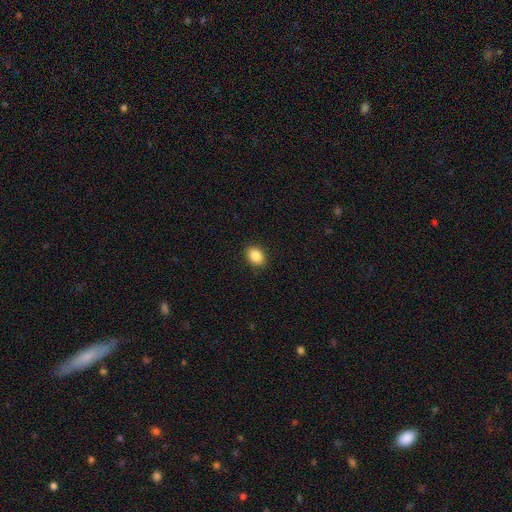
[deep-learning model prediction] A smooth galaxy with no disk features (87%) that is in between round and cigar-shaped (74%). Merging: none (90%).